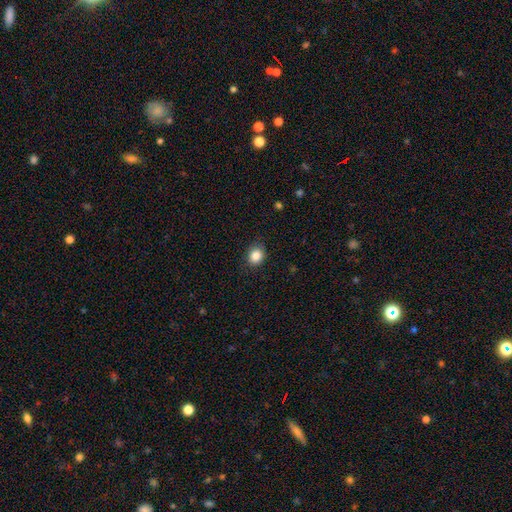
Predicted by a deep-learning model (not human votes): Smooth or featured: smooth — 86% (star or artifact — 10%)
How rounded: round — 60% (in between — 39%)
Merging: none — 84% (minor disturbance — 12%)